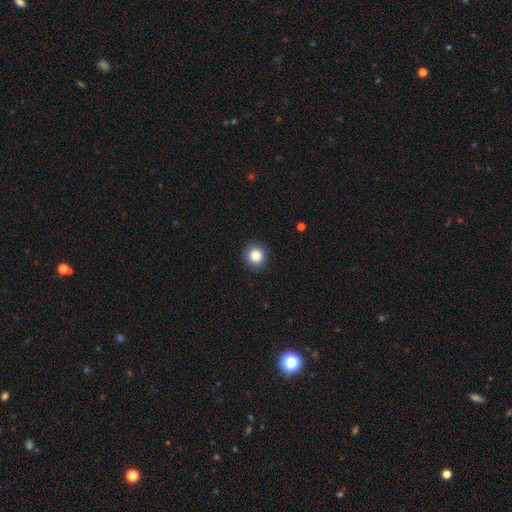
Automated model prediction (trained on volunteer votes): smooth_or_featured: smooth (p=0.86) [alt: star or artifact p=0.10]
how_rounded: round (p=0.92) [alt: in between p=0.07]
merging: none (p=0.90) [alt: minor disturbance p=0.07]